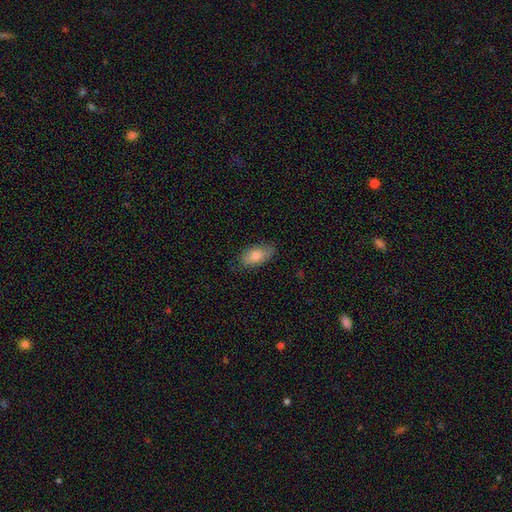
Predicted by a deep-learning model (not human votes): This appears to be a smooth galaxy with no disk features (79%) that is in between round and cigar-shaped (90%). Merging: none (80%).